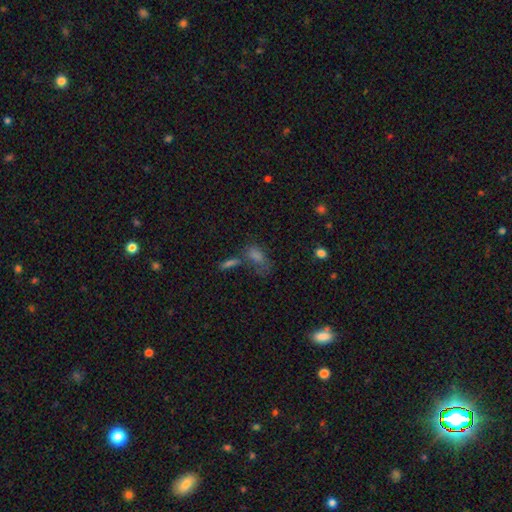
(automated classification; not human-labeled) This is possibly a smooth galaxy (59%). How rounded: likely in between (79%). Merging: marginally none (40%).